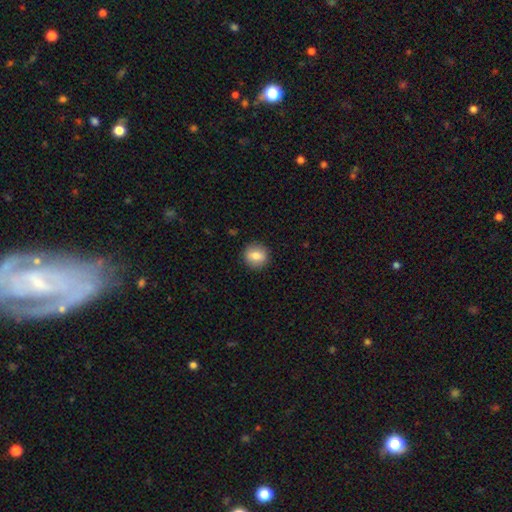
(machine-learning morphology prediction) Smooth or featured?
  - smooth: 78% *
  - featured or disk: 13%
  - star or artifact: 8%
How rounded?
  - round: 82% *
  - in between: 17%
  - cigar-shaped: 1%
Merging?
  - none: 90% *
  - minor disturbance: 7%
  - major disturbance: 2%
  - merger: 1%